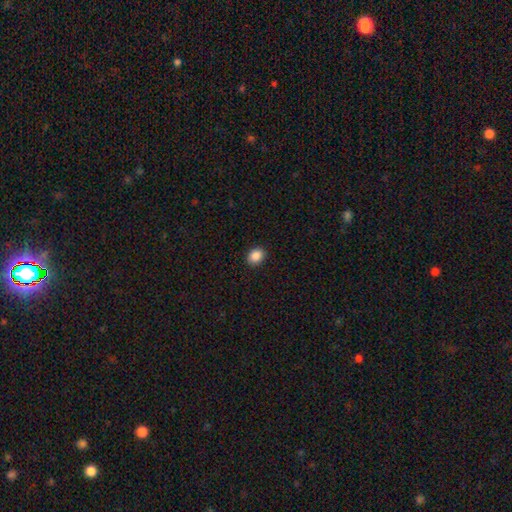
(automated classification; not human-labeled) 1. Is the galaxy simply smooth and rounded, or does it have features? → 88% smooth, 9% star or artifact, 3% featured or disk.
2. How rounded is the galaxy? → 50% in between, 49% round, 1% cigar-shaped.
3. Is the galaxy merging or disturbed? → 91% none, 7% minor disturbance, 2% major disturbance, 1% merger.